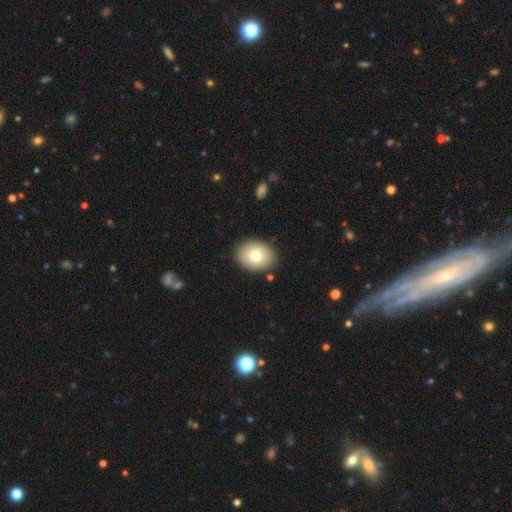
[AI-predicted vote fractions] Smooth or featured: smooth — 73% (featured or disk — 18%)
How rounded: in between — 57% (round — 42%)
Merging: none — 89% (minor disturbance — 8%)